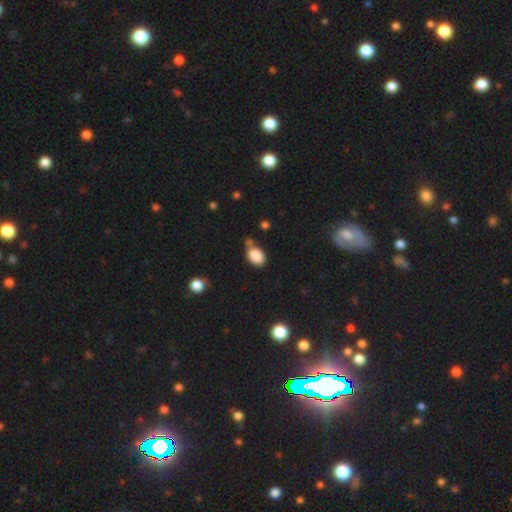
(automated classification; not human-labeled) The model was most divided on "merging": none: 61%, minor disturbance: 20%, merger: 14%, major disturbance: 5%. More confident: smooth or featured — smooth (87%); how rounded — in between (82%).